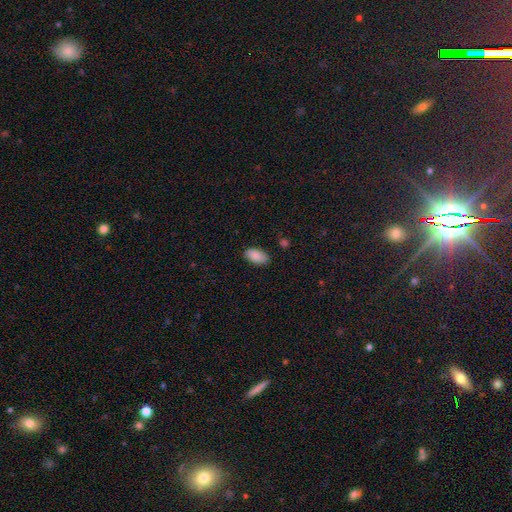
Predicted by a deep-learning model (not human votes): This appears to be a smooth galaxy with no disk features (89%) that is in between round and cigar-shaped (95%). Merging: none (85%).